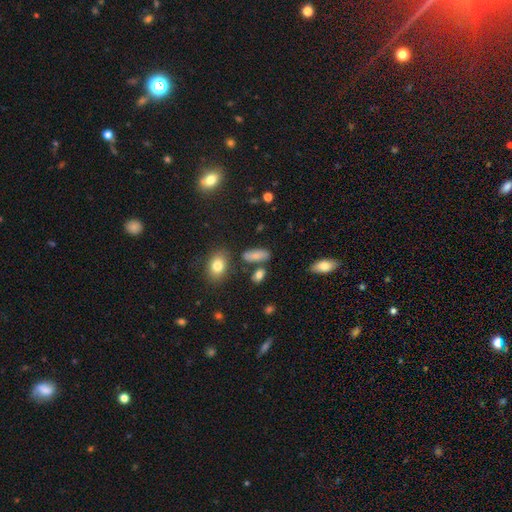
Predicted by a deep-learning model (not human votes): The model was most divided on "merging": none: 74%, minor disturbance: 14%, merger: 8%, major disturbance: 4%. More confident: smooth or featured — smooth (78%); how rounded — in between (77%).